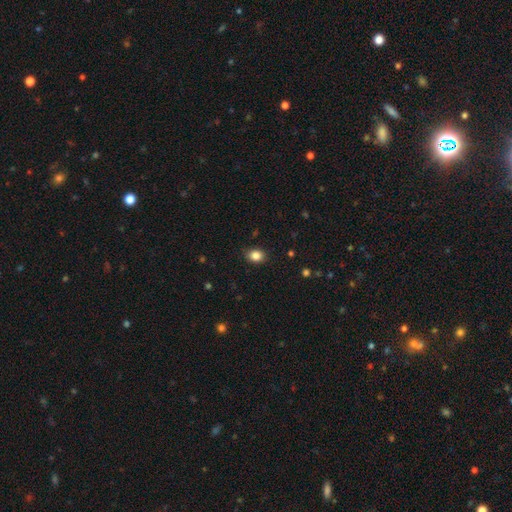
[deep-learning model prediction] smooth-or-featured: smooth: 85% | star or artifact: 10% | featured or disk: 5%
  how-rounded: in between: 51% | round: 48% | cigar-shaped: 1%
  merging: none: 85% | minor disturbance: 11% | major disturbance: 2% | merger: 1%